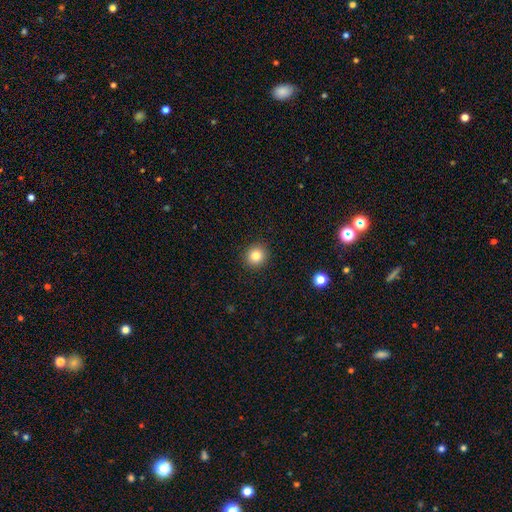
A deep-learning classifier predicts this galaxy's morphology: smooth_or_featured: smooth (p=0.82) [alt: star or artifact p=0.11]
how_rounded: round (p=0.90) [alt: in between p=0.09]
merging: none (p=0.92) [alt: minor disturbance p=0.05]